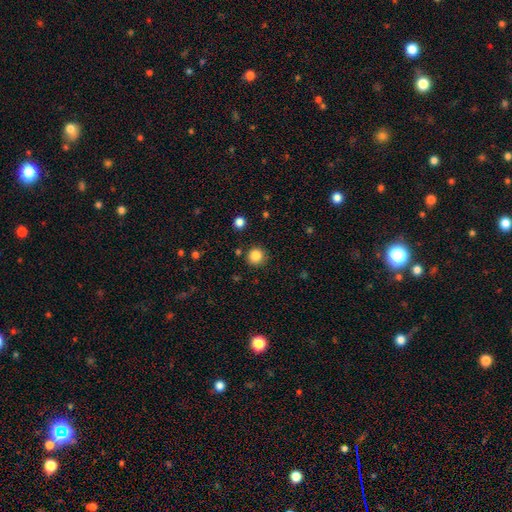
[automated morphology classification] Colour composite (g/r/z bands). It shows a smooth galaxy with no disk features (85%) that is round (93%). Merging: none (87%).